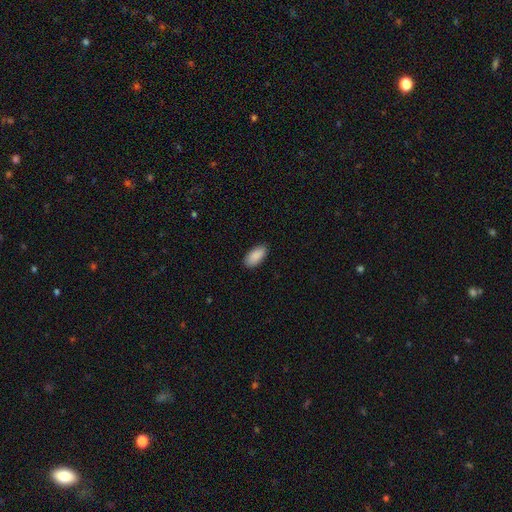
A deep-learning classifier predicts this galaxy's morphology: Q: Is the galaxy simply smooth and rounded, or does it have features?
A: smooth — 90%.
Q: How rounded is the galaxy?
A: in between — 92%.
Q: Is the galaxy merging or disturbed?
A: none — 87%.